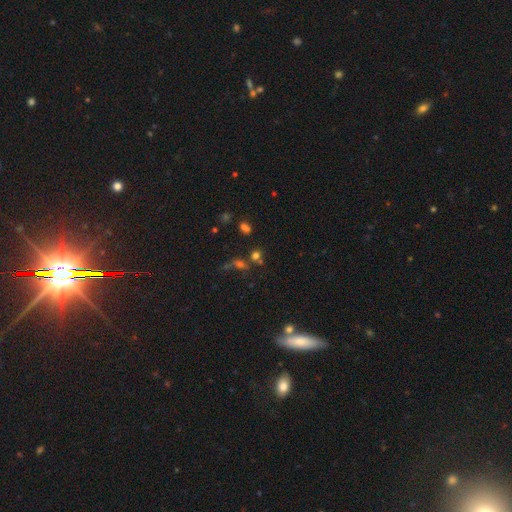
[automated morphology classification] Smooth or featured? Predicted: smooth (p=0.58). How rounded? Predicted: round (p=0.68). Merging? Predicted: none (p=0.50).